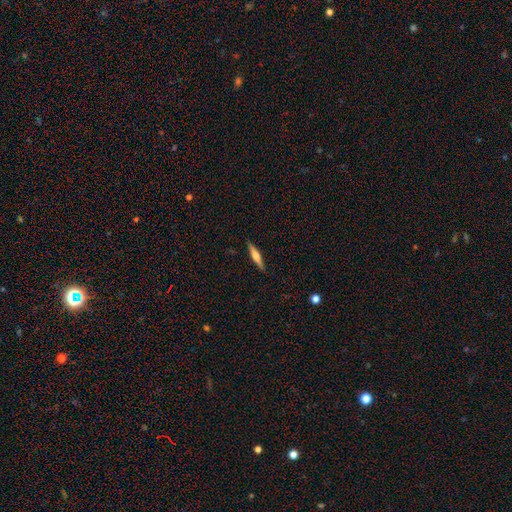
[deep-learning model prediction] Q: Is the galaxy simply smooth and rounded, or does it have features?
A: featured or disk — 52%.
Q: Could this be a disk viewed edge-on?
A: yes — 97%.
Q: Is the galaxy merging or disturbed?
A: none — 90%.